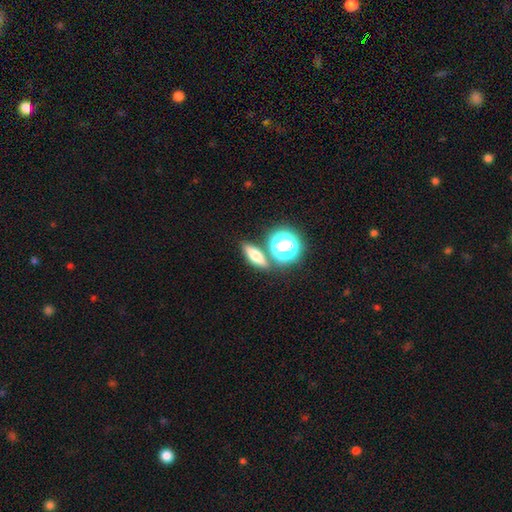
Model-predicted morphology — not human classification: A smooth galaxy with no disk features (61%) that is in between round and cigar-shaped (45%).

Vote fractions:
- Smooth or featured? smooth: 61% / featured or disk: 24% / star or artifact: 15%
- How rounded? in between: 45% / round: 29% / cigar-shaped: 26%
- Merging? none: 74% / merger: 12% / minor disturbance: 10% / major disturbance: 4%